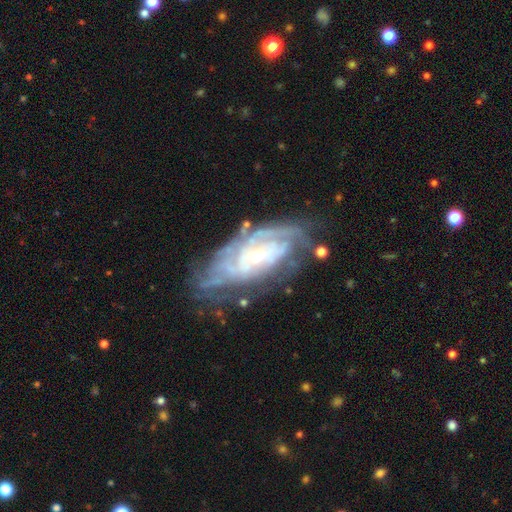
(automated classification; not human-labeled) smooth_or_featured: featured or disk (p=0.85) [alt: smooth p=0.09]
disk_edge_on: no (p=0.92) [alt: yes p=0.08]
bar: no (p=0.63) [alt: weak p=0.28]
has_spiral_arms: yes (p=0.92) [alt: no p=0.08]
spiral_winding: tight (p=0.70) [alt: medium p=0.24]
spiral_arm_count: can't tell (p=0.50) [alt: 2 p=0.15]
bulge_size: small (p=0.55) [alt: moderate p=0.40]
merging: none (p=0.60) [alt: minor disturbance p=0.24]